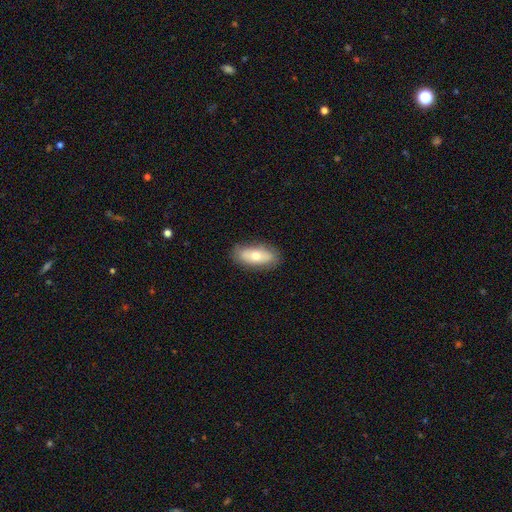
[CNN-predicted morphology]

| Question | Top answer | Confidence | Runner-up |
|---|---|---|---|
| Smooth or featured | smooth | 65% | featured or disk (29%) |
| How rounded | in between | 84% | cigar-shaped (12%) |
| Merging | none | 83% | minor disturbance (13%) |